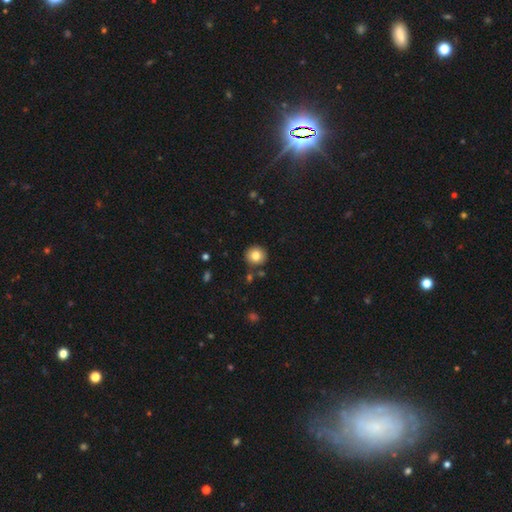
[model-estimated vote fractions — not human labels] Overall: smooth (80%). How rounded: round (92%). Merging: none (86%).